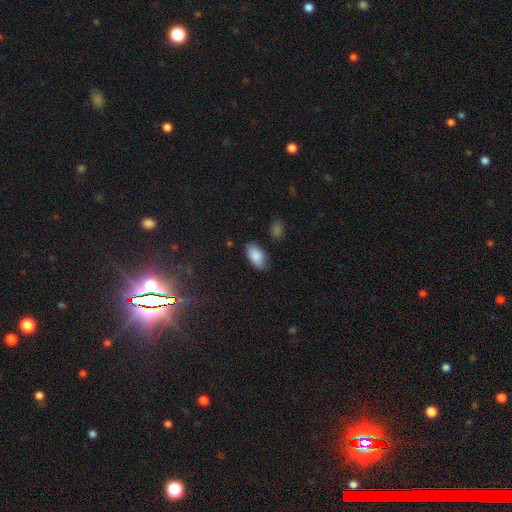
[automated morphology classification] Smooth or featured?
  - smooth: 86% *
  - featured or disk: 7%
  - star or artifact: 7%
How rounded?
  - in between: 94% *
  - round: 3%
  - cigar-shaped: 3%
Merging?
  - none: 78% *
  - minor disturbance: 17%
  - major disturbance: 3%
  - merger: 2%